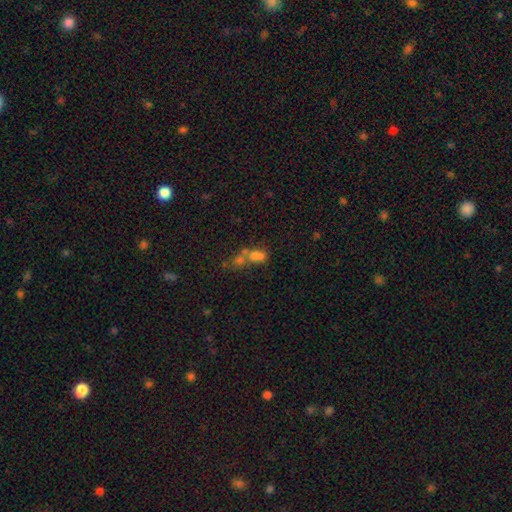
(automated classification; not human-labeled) Smooth or featured: smooth — 59% (featured or disk — 22%)
How rounded: in between — 56% (round — 40%)
Merging: merger — 63% (none — 22%)